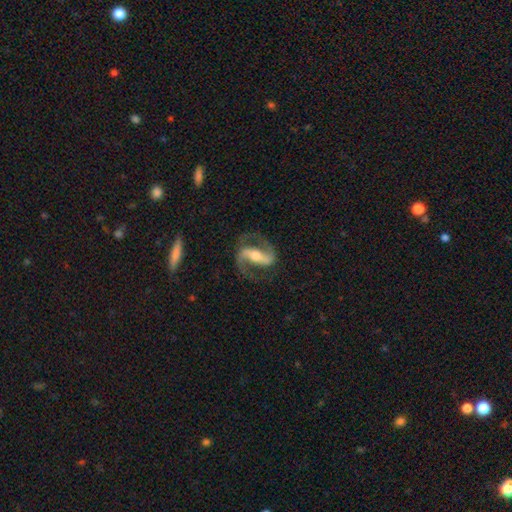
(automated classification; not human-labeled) Smooth or featured? featured or disk (91%)
Edge-on disk? no (96%)
Bar? strong (61%)
Spiral arms? yes (97%)
Spiral winding? medium (55%)
Spiral arm count? 2 (93%)
Bulge size? moderate (58%)
Merging? none (78%)